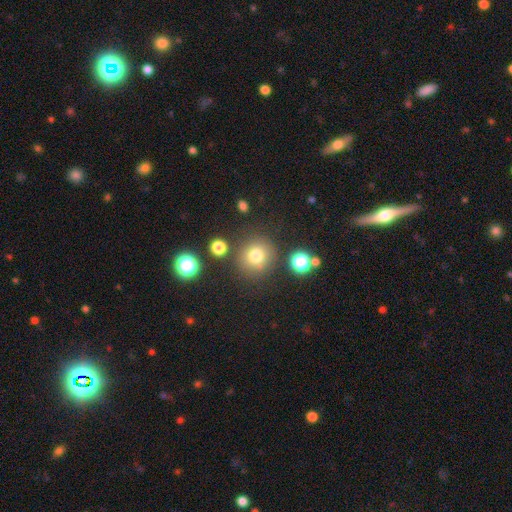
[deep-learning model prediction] A smooth galaxy with no disk features (76%) that is round (92%).

Vote fractions:
- Smooth or featured? smooth: 76% / star or artifact: 15% / featured or disk: 9%
- How rounded? round: 92% / in between: 7% / cigar-shaped: 1%
- Merging? none: 81% / minor disturbance: 10% / merger: 6% / major disturbance: 4%